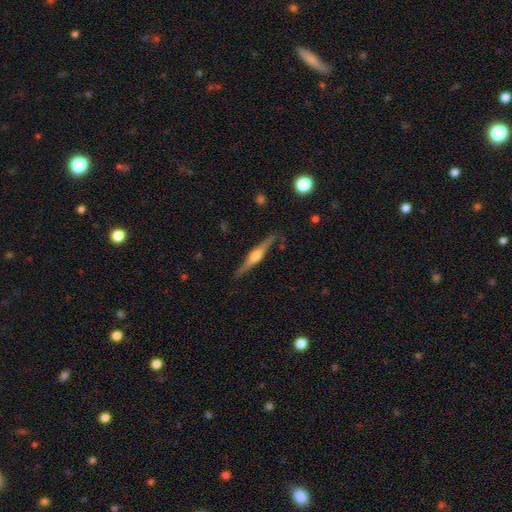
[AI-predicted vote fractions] A featured or disk galaxy (76%) viewed edge-on (97%) with a rounded central bulge (88%). Merging: none (87%).